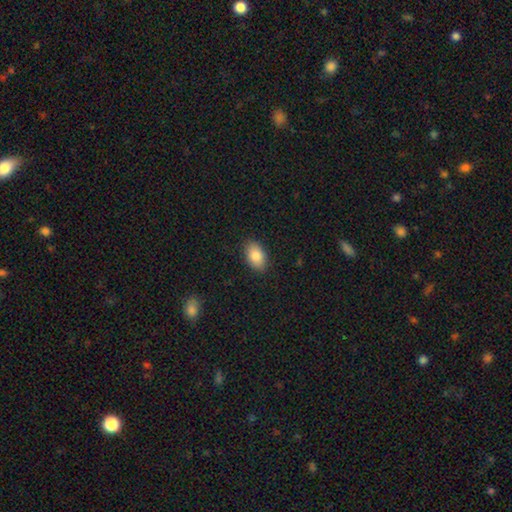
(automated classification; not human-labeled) Smooth or featured?
  - smooth: 85% *
  - featured or disk: 8%
  - star or artifact: 7%
How rounded?
  - in between: 90% *
  - round: 9%
  - cigar-shaped: 1%
Merging?
  - none: 87% *
  - minor disturbance: 10%
  - major disturbance: 2%
  - merger: 1%